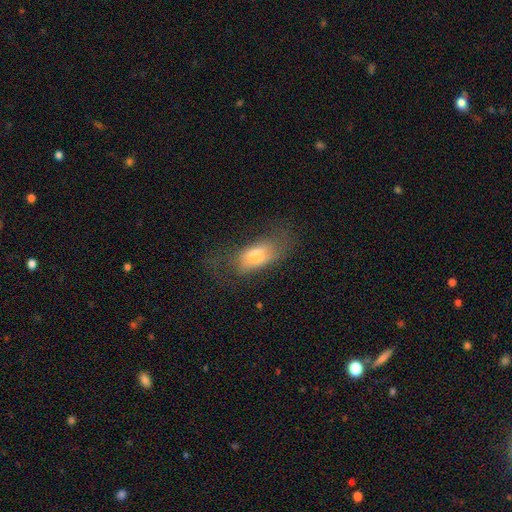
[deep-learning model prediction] smooth 65%, featured or disk 26%, star or artifact 9%. Down the decision tree: how rounded — in between (87%); merging — none (39%).